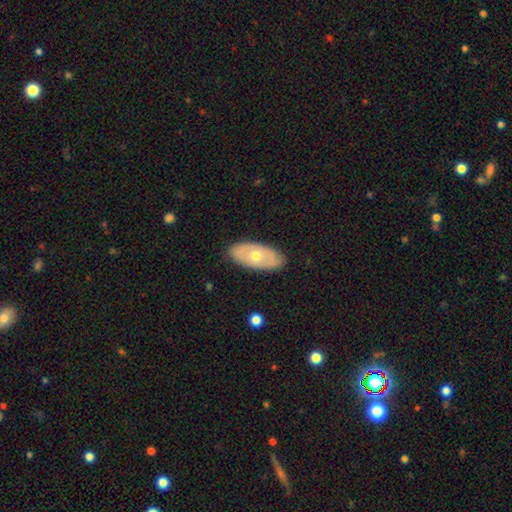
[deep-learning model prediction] Q: Smooth or featured?
A: smooth (50%); runner-up: featured or disk (45%)
Q: Merging?
A: none (86%); runner-up: minor disturbance (10%)